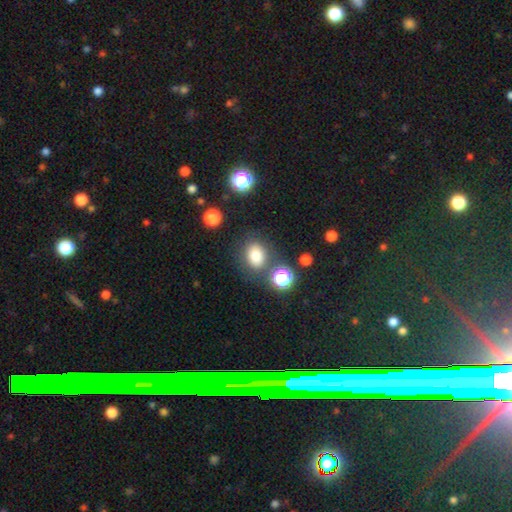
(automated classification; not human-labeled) smooth 78%, star or artifact 14%, featured or disk 8%. Down the decision tree: how rounded — in between (54%); merging — none (77%).